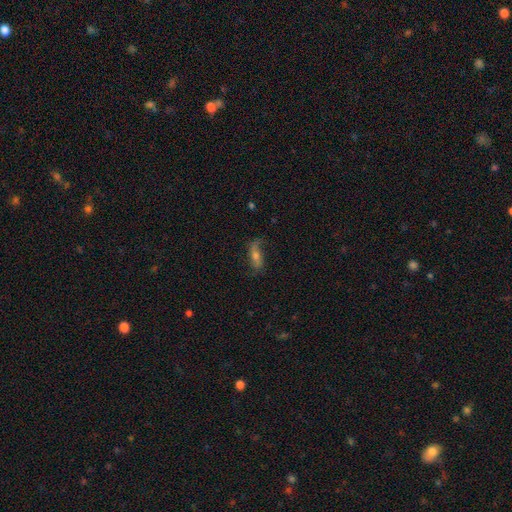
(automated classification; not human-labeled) Morphology: type=featured or disk (59%); edge-on=no (83%); merging=none (65%).